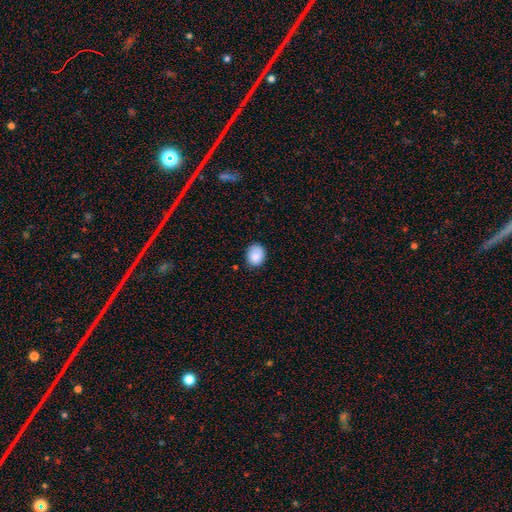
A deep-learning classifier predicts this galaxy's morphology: type=smooth (87%); roundness=round (59%); merging=none (81%).